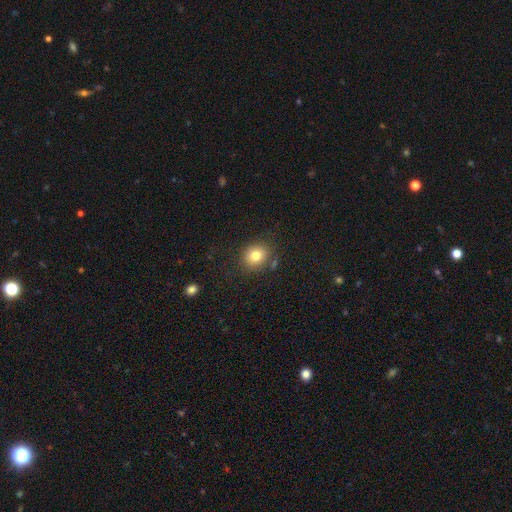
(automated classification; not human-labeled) This appears to be a smooth galaxy with no disk features (80%) that is round (69%). Merging: none (81%).